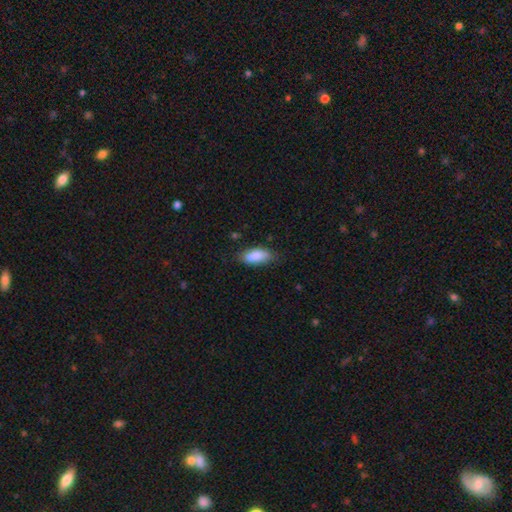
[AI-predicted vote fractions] Overall: smooth (86%). How rounded: in between (84%). Merging: none (71%).